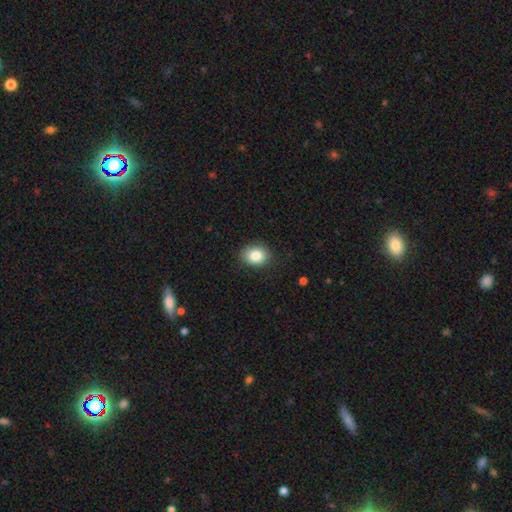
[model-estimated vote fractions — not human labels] The model was most divided on "how rounded": in between: 54%, round: 45%, cigar-shaped: 1%. More confident: merging — none (85%); smooth or featured — smooth (84%).